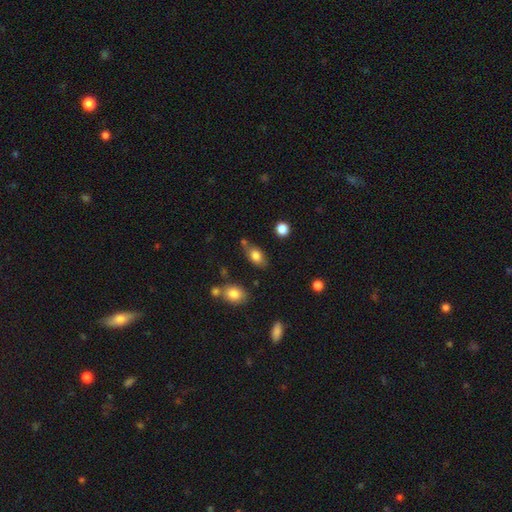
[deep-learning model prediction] A smooth galaxy with no disk features (79%) that is in between round and cigar-shaped (86%). Merging: none (65%).